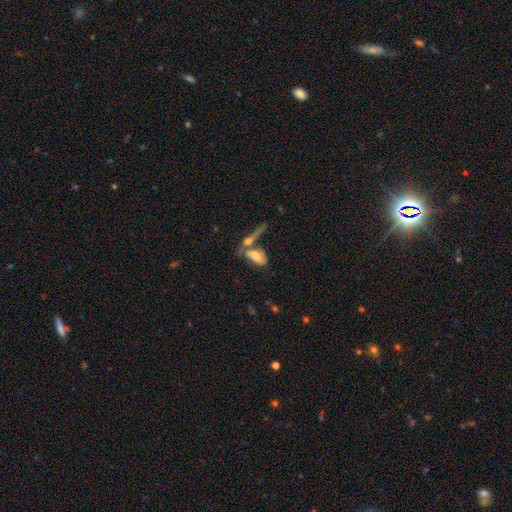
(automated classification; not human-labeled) A smooth galaxy with no disk features (64%) that is in between round and cigar-shaped (80%).

Vote fractions:
- Smooth or featured? smooth: 64% / featured or disk: 27% / star or artifact: 9%
- How rounded? in between: 80% / cigar-shaped: 16% / round: 4%
- Merging? merger: 45% / none: 30% / minor disturbance: 14% / major disturbance: 11%